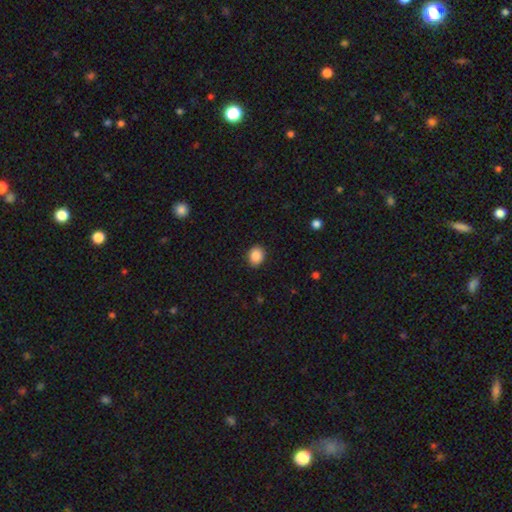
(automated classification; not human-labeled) This is clearly a smooth galaxy (88%). How rounded: possibly round (57%). Merging: clearly none (89%).